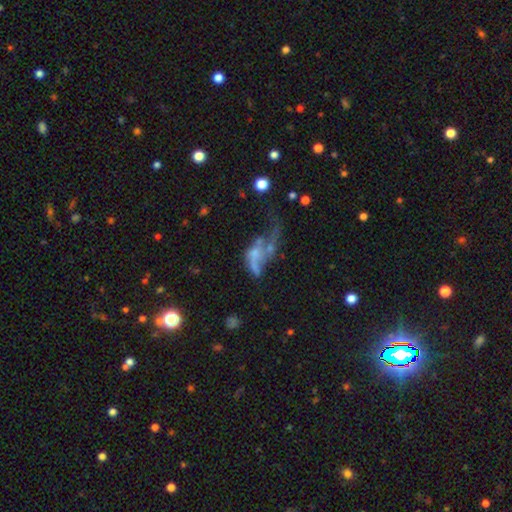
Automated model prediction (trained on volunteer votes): Overall: featured or disk (55%; smooth 29%). Edge-on disk: no (94%). Bar: no (84%). Spiral arms: no (72%). Bulge size: none (53%; small 27%). Merging: major disturbance (45%; merger 26%).